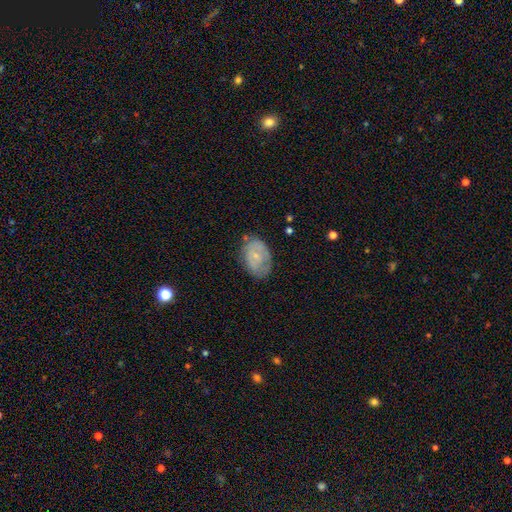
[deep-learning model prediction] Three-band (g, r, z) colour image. It shows a smooth galaxy with no disk features (51%) that is in between round and cigar-shaped (81%). Merging: none (64%).